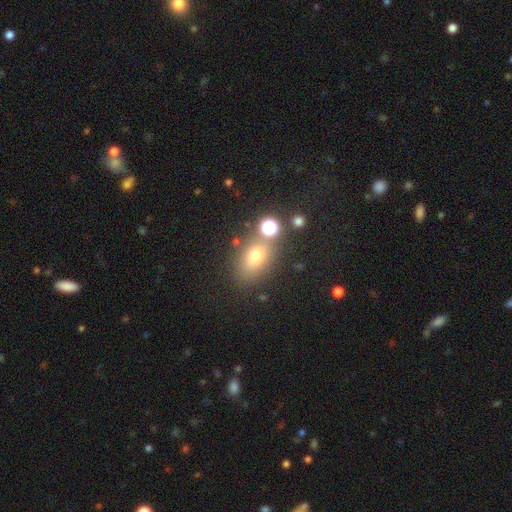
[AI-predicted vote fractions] Smooth or featured?
  - smooth: 68% *
  - star or artifact: 19%
  - featured or disk: 13%
How rounded?
  - in between: 72% *
  - round: 25%
  - cigar-shaped: 3%
Merging?
  - none: 66% *
  - merger: 15%
  - minor disturbance: 14%
  - major disturbance: 6%